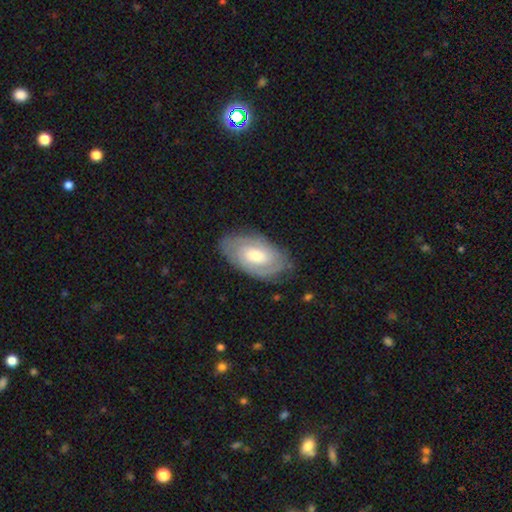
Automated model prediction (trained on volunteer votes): A featured or disk galaxy (68%) with no bar (59%), 2 (46%) tight (68%) spiral arms (84%) and a moderate central bulge (60%).

Vote fractions:
- Smooth or featured? featured or disk: 68% / smooth: 27% / star or artifact: 6%
- Edge-on disk? no: 94% / yes: 6%
- Bar? no: 59% / weak: 34% / strong: 7%
- Spiral arms? yes: 84% / no: 16%
- Spiral winding? tight: 68% / medium: 25% / loose: 7%
- Spiral arm count? 2: 46% / can't tell: 37% / 3: 8% / 1: 4% / 4: 3% / more than 4: 2%
- Bulge size? moderate: 60% / small: 32% / large: 6% / none: 1% / dominant: 1%
- Merging? none: 79% / minor disturbance: 15% / major disturbance: 4% / merger: 1%